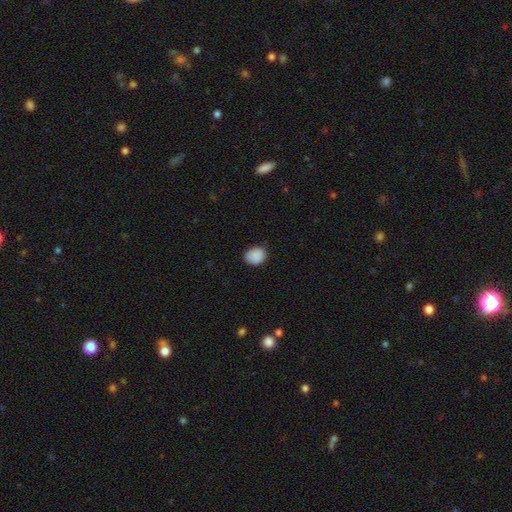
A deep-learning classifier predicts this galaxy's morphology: smooth_or_featured: smooth (p=0.89) [alt: star or artifact p=0.08]
how_rounded: round (p=0.54) [alt: in between p=0.45]
merging: none (p=0.82) [alt: minor disturbance p=0.15]